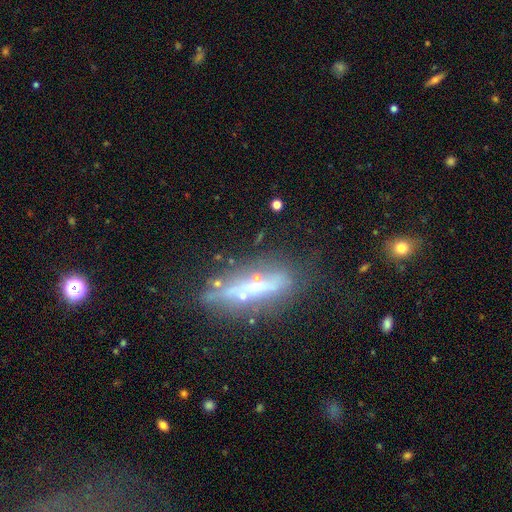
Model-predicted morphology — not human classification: A featured or disk galaxy (57%) viewed edge-on (55%).

Vote fractions:
- Smooth or featured? featured or disk: 57% / smooth: 28% / star or artifact: 15%
- Edge-on disk? yes: 55% / no: 45%
- Merging? none: 61% / minor disturbance: 19% / major disturbance: 12% / merger: 7%